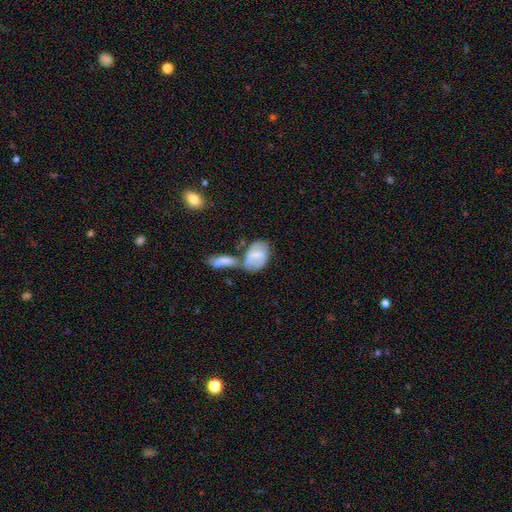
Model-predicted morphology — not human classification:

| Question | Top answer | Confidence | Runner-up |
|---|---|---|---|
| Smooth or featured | featured or disk | 49% | smooth (44%) |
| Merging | merger | 49% | none (30%) |